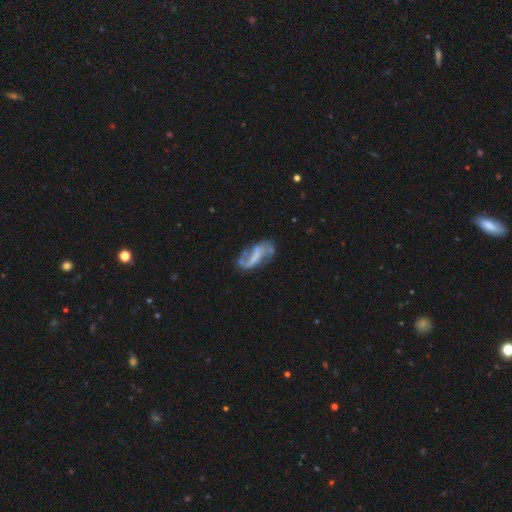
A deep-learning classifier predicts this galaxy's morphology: A featured or disk galaxy (78%) with a weak bar (38%, tied with strong), 2 (80%) loose (57%) spiral arms (88%) and no central bulge (61%).

Vote fractions:
- Smooth or featured? featured or disk: 78% / smooth: 15% / star or artifact: 7%
- Edge-on disk? no: 96% / yes: 4%
- Bar? weak: 38% (tied) / strong: 38% (tied) / no: 24%
- Spiral arms? yes: 88% / no: 12%
- Spiral winding? loose: 57% / medium: 32% / tight: 11%
- Spiral arm count? 2: 80% / 1: 8% / can't tell: 8% / 3: 2% / 4: 1% / more than 4: 1%
- Bulge size? none: 61% / small: 18% / moderate: 13% / large: 6% / dominant: 1%
- Merging? none: 56% / minor disturbance: 21% / major disturbance: 17% / merger: 5%